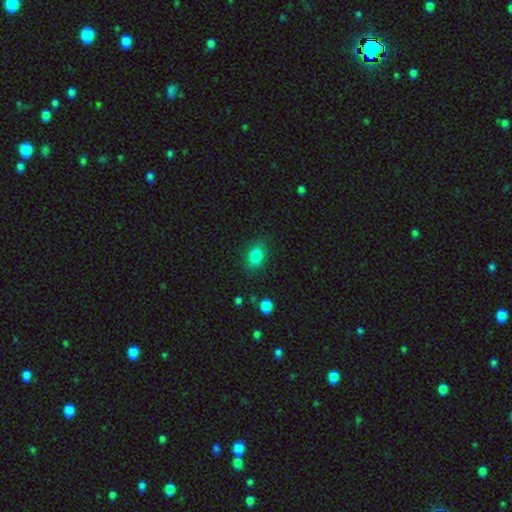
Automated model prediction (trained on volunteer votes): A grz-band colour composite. It shows a smooth galaxy with no disk features (84%) that is in between round and cigar-shaped (82%). Merging: none (82%).